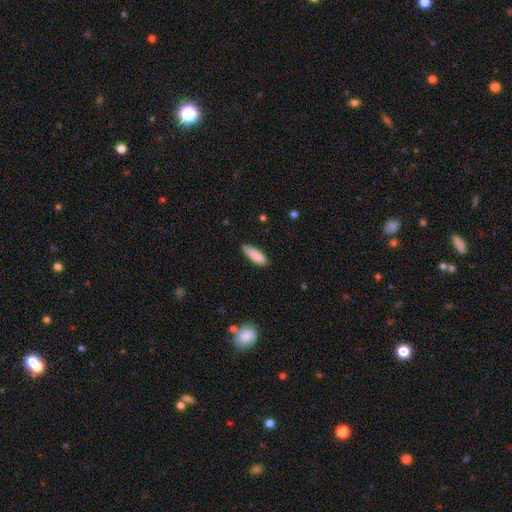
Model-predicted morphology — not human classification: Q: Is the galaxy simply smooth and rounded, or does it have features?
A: smooth — 88%.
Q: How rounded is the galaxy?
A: in between — 58%.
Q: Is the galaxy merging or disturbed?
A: none — 84%.